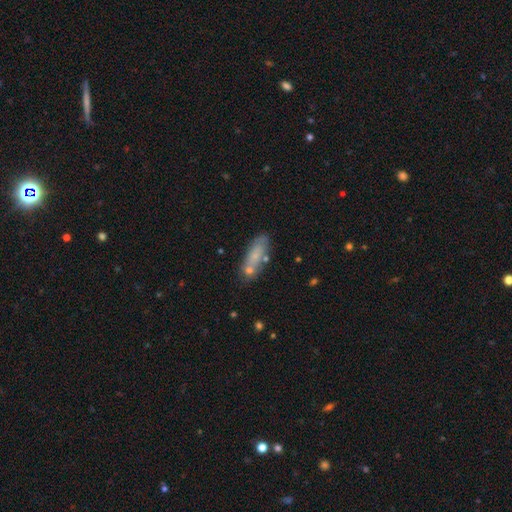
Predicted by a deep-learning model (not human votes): A smooth galaxy with no disk features (67%) that is in between round and cigar-shaped (50%).

Vote fractions:
- Smooth or featured? smooth: 67% / featured or disk: 24% / star or artifact: 9%
- How rounded? in between: 50% / cigar-shaped: 47% / round: 3%
- Merging? none: 63% / minor disturbance: 18% / merger: 13% / major disturbance: 6%